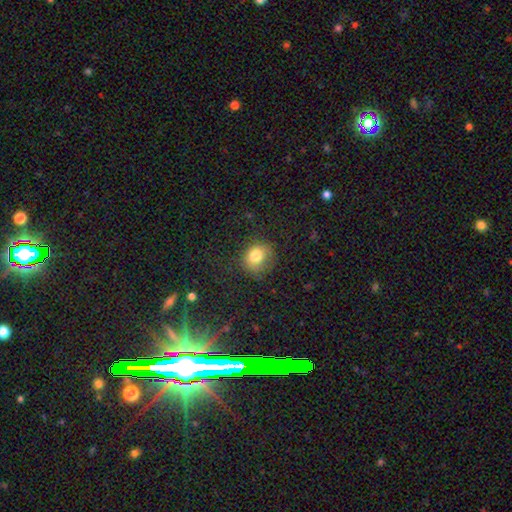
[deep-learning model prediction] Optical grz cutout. It shows a smooth galaxy with no disk features (79%) that is round (75%). Merging: none (67%).